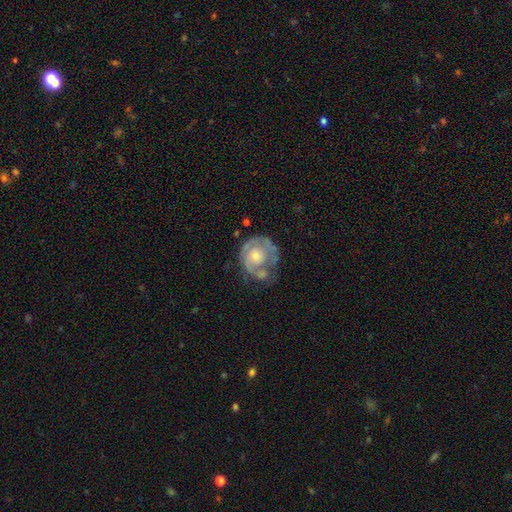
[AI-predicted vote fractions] featured or disk 72%, smooth 22%, star or artifact 6%. Down the decision tree: edge-on disk — no (98%); bar — no (81%); spiral arms — yes (73%); spiral arm count — can't tell (30%, tied with 2); spiral winding — tight (63%); bulge size — moderate (46%); merging — none (44%).